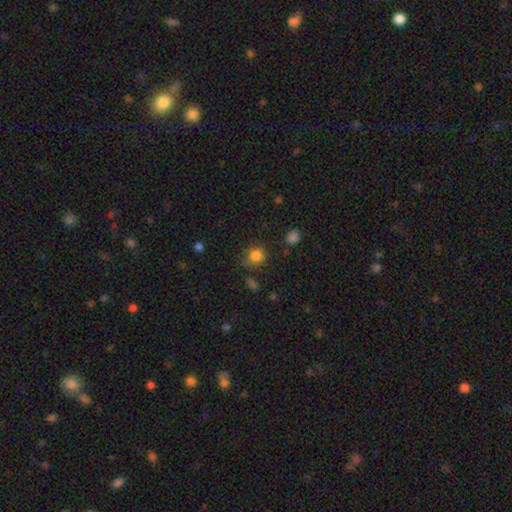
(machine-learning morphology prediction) A smooth galaxy with no disk features (82%) that is round (73%). Merging: none (67%).